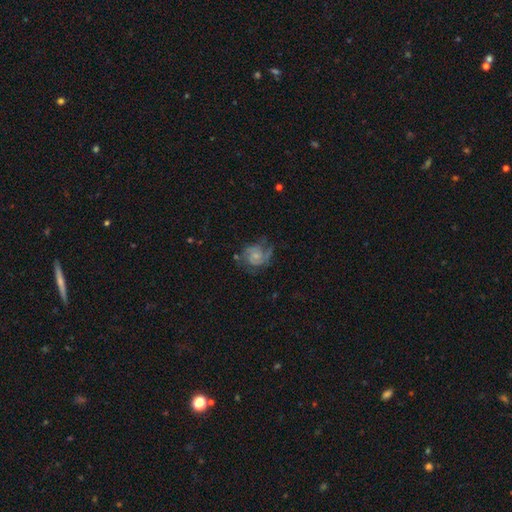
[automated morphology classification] The model was most divided on "spiral winding": medium: 44%, tight: 41%, loose: 15%. More confident: edge-on disk — no (98%); spiral arms — yes (92%); smooth or featured — featured or disk (76%); bar — no (68%); spiral arm count — 2 (60%); merging — none (55%); bulge size — small (53%).